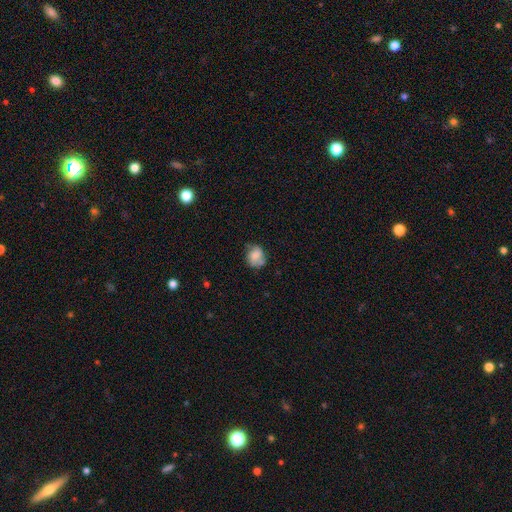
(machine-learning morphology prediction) A smooth galaxy with no disk features (66%) that is round (63%). Merging: none (51%).